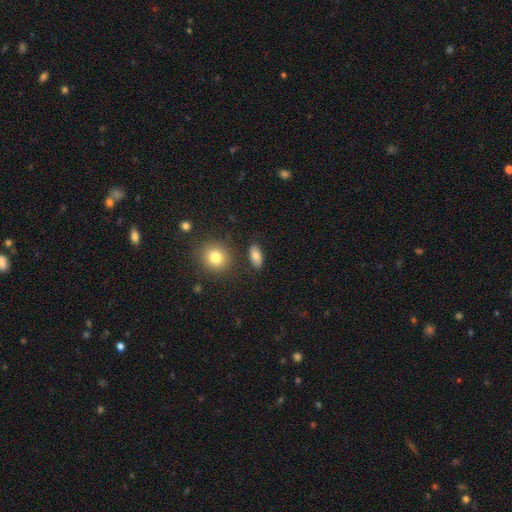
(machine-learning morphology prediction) Q: Smooth or featured?
A: smooth (81%); runner-up: featured or disk (11%)
Q: How rounded?
A: in between (86%); runner-up: round (7%)
Q: Merging?
A: none (84%); runner-up: minor disturbance (9%)